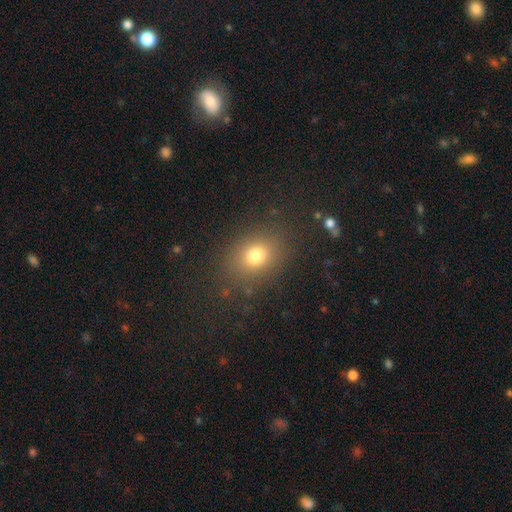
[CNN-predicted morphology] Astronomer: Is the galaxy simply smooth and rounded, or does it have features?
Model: smooth — 76%.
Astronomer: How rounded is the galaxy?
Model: in between — 52% (runner-up: round, 47%).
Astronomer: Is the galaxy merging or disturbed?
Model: none — 83%.